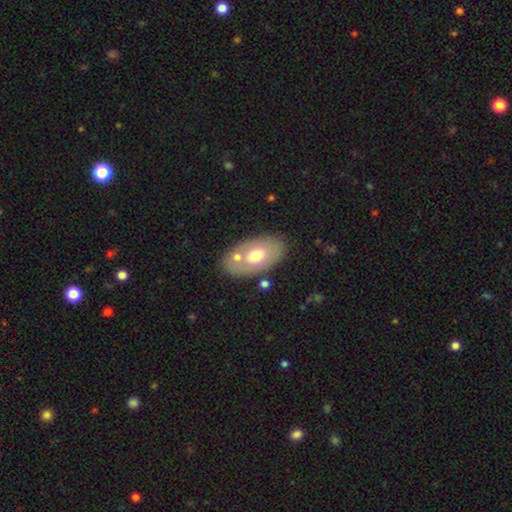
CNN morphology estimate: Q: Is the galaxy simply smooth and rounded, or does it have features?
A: smooth — 60%.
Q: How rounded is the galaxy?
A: in between — 92%.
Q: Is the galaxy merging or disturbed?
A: none — 69%.